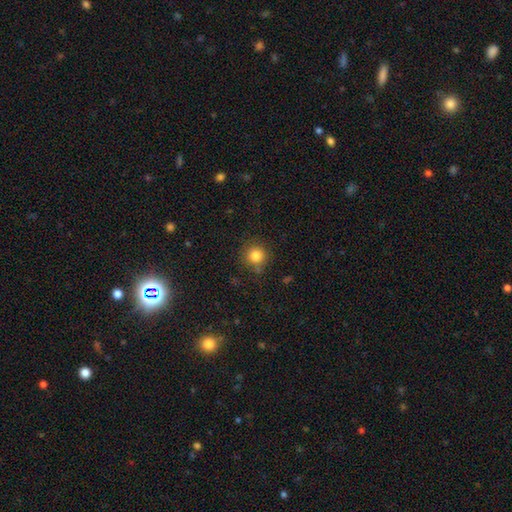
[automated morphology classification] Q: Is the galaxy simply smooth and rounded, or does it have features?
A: smooth — 83%.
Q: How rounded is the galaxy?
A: round — 94%.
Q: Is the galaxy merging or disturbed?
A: none — 84%.